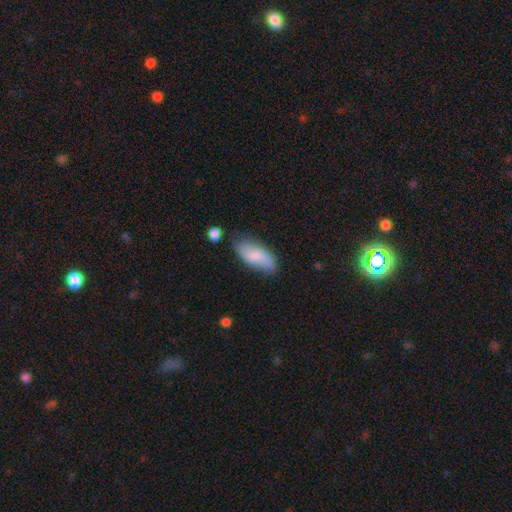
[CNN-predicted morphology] Q: Smooth or featured?
A: smooth (66%); runner-up: featured or disk (27%)
Q: How rounded?
A: in between (85%); runner-up: cigar-shaped (12%)
Q: Merging?
A: none (69%); runner-up: minor disturbance (22%)